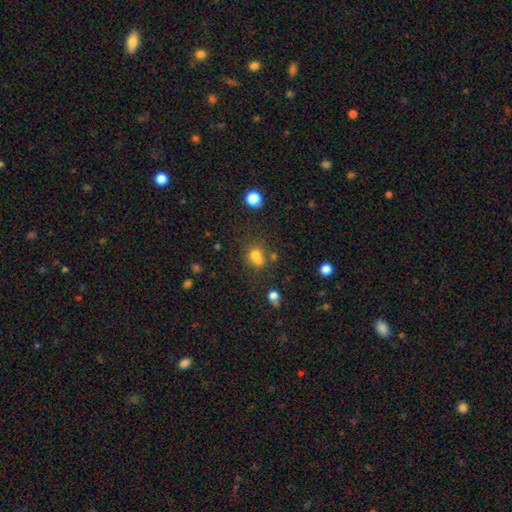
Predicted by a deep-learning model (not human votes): Smooth or featured?
  - smooth: 70% *
  - star or artifact: 17%
  - featured or disk: 13%
How rounded?
  - round: 69% *
  - in between: 29%
  - cigar-shaped: 1%
Merging?
  - merger: 45% *
  - none: 39%
  - minor disturbance: 11%
  - major disturbance: 6%